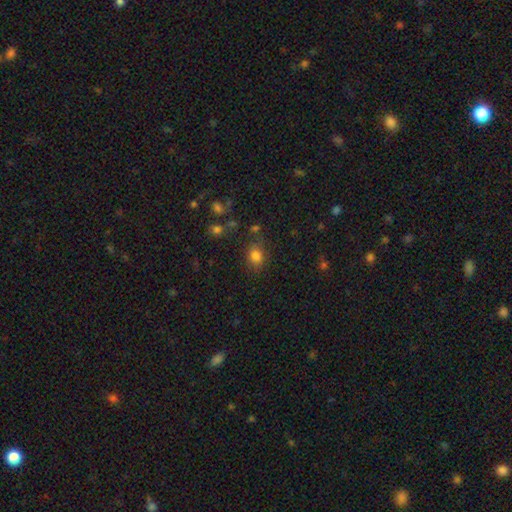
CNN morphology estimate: This appears to be a smooth galaxy with no disk features (80%) that is in between round and cigar-shaped (55%). Merging: none (73%).